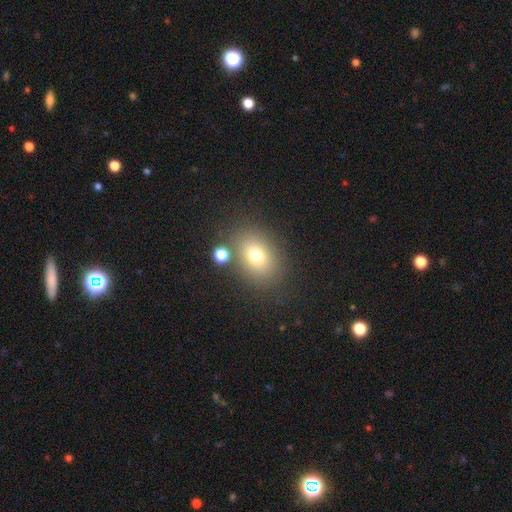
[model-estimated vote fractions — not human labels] Smooth or featured? Predicted: smooth (p=0.74). How rounded? Predicted: in between (p=0.64). Merging? Predicted: none (p=0.76).